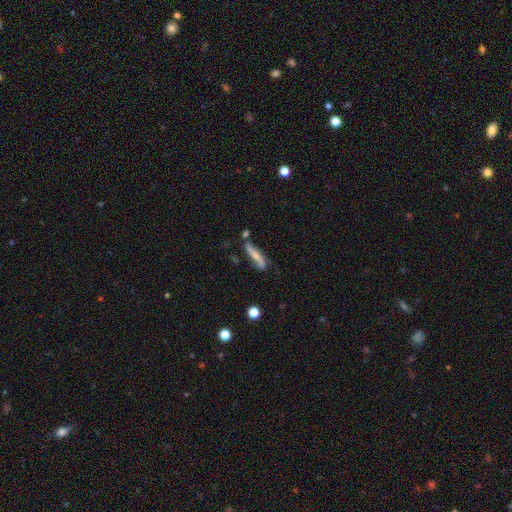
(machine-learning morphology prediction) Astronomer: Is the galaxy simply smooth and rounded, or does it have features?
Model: featured or disk — 51% (runner-up: smooth, 42%).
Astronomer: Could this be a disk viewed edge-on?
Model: yes — 57% (runner-up: no, 43%).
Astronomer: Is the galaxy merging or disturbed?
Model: none — 61%.